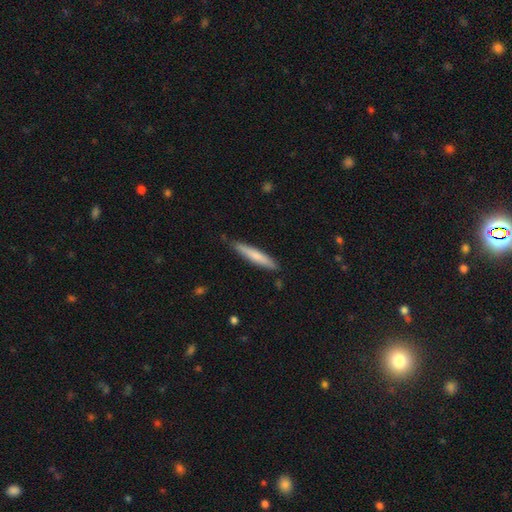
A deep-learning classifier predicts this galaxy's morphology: A smooth galaxy with no disk features (69%) that is cigar-shaped (93%).

Vote fractions:
- Smooth or featured? smooth: 69% / featured or disk: 26% / star or artifact: 5%
- How rounded? cigar-shaped: 93% / in between: 6% / round: 1%
- Merging? none: 85% / minor disturbance: 12% / major disturbance: 2% / merger: 1%